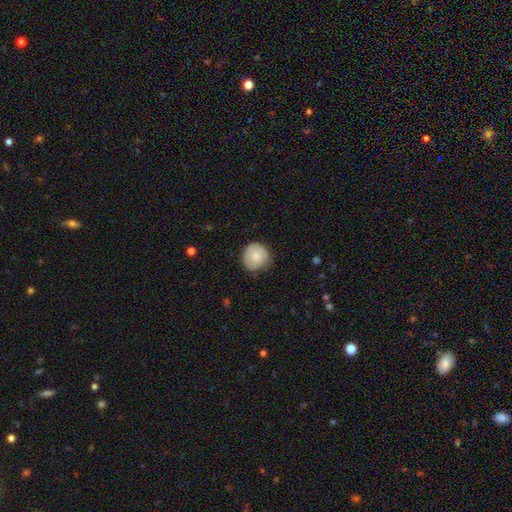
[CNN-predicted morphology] smooth 76%, featured or disk 17%, star or artifact 7%. Down the decision tree: how rounded — round (90%); merging — none (73%).